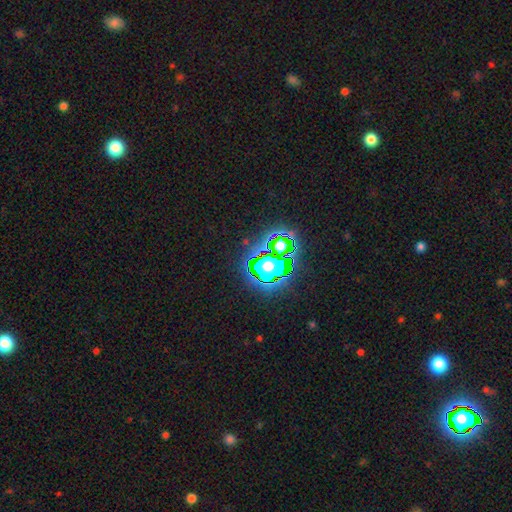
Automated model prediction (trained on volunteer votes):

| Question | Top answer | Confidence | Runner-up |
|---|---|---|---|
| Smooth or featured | star or artifact | 81% | smooth (12%) |